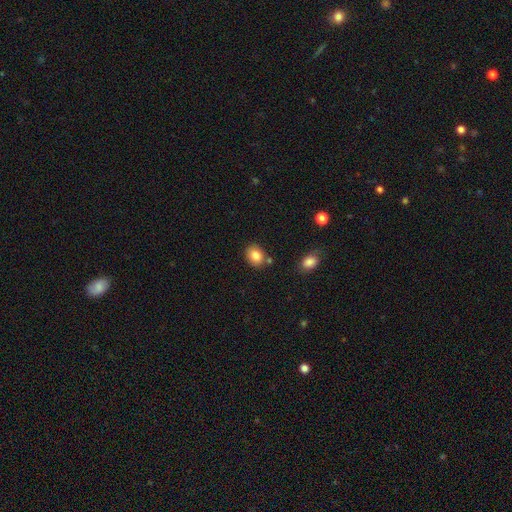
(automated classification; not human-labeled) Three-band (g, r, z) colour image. It shows a smooth galaxy with no disk features (83%) that is in between round and cigar-shaped (50%). Merging: none (78%).